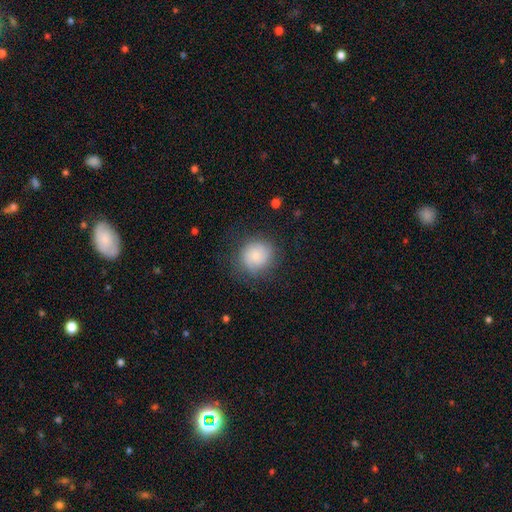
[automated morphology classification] smooth-or-featured: smooth: 69% | featured or disk: 22% | star or artifact: 9%
  how-rounded: round: 88% | in between: 11% | cigar-shaped: 1%
  merging: none: 73% | minor disturbance: 17% | major disturbance: 8% | merger: 1%